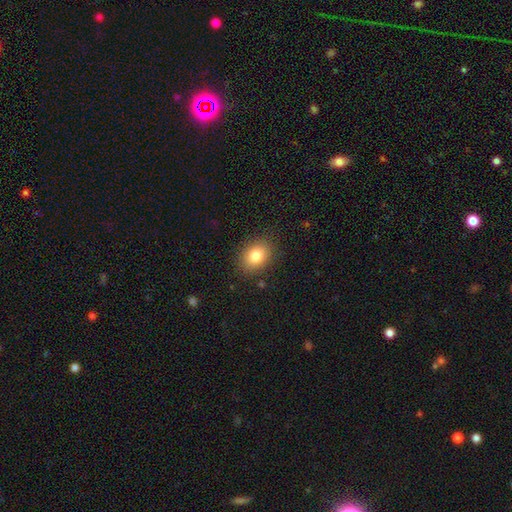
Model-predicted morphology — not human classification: Smooth or featured? Predicted: smooth (p=0.82). How rounded? Predicted: in between (p=0.63). Merging? Predicted: none (p=0.86).